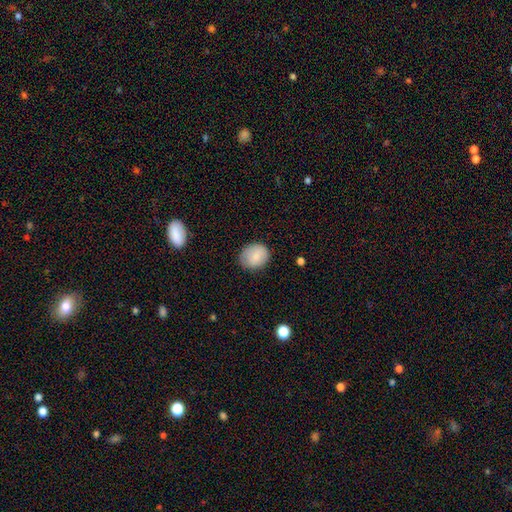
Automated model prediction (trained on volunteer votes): The model was most divided on "how rounded": round: 61%, in between: 38%, cigar-shaped: 1%. More confident: smooth or featured — smooth (83%); merging — none (81%).